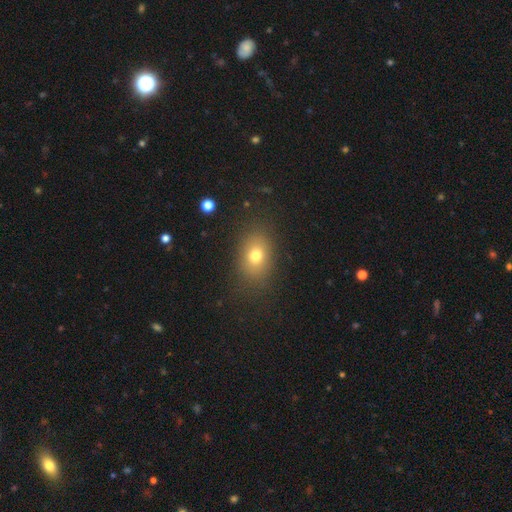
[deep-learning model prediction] A smooth galaxy with no disk features (74%) that is in between round and cigar-shaped (70%). Merging: none (82%).